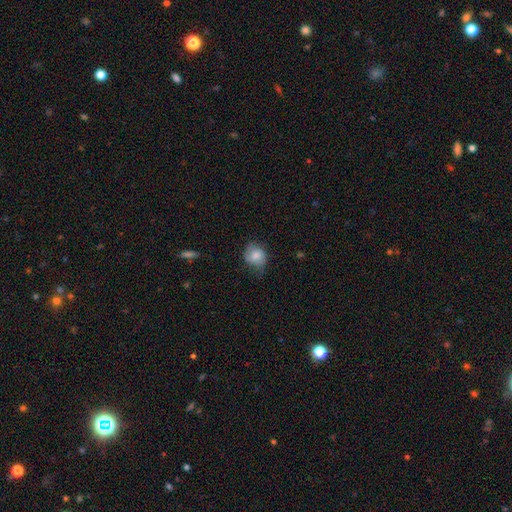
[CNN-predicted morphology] smooth_or_featured: smooth (p=0.74) [alt: featured or disk p=0.18]
how_rounded: round (p=0.62) [alt: in between p=0.37]
merging: none (p=0.54) [alt: minor disturbance p=0.32]